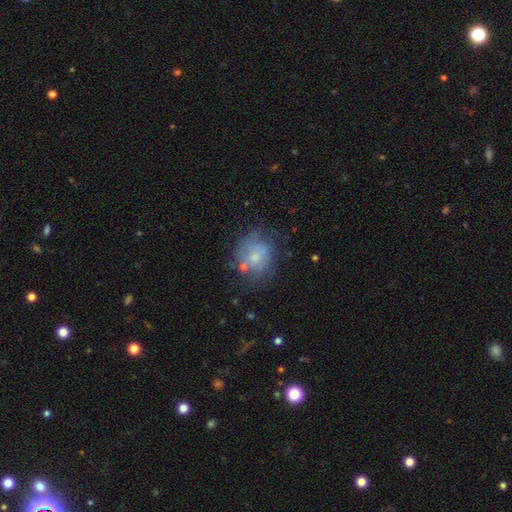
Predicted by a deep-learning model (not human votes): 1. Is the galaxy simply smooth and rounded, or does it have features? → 58% smooth, 32% featured or disk, 10% star or artifact.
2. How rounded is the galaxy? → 62% round, 37% in between, 1% cigar-shaped.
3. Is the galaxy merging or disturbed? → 53% none, 27% minor disturbance, 14% major disturbance, 7% merger.